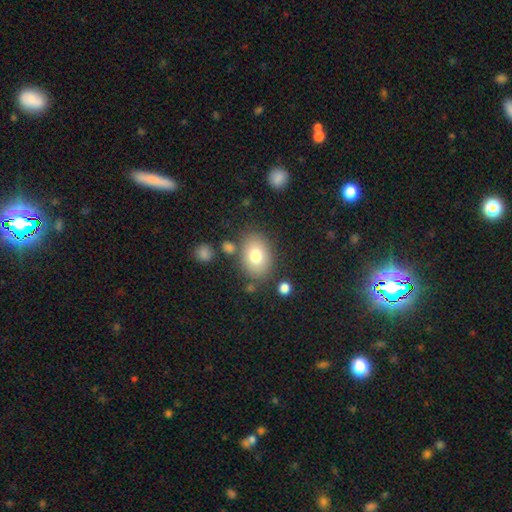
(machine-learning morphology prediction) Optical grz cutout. It shows a smooth galaxy with no disk features (77%) that is in between round and cigar-shaped (72%). Merging: none (77%).